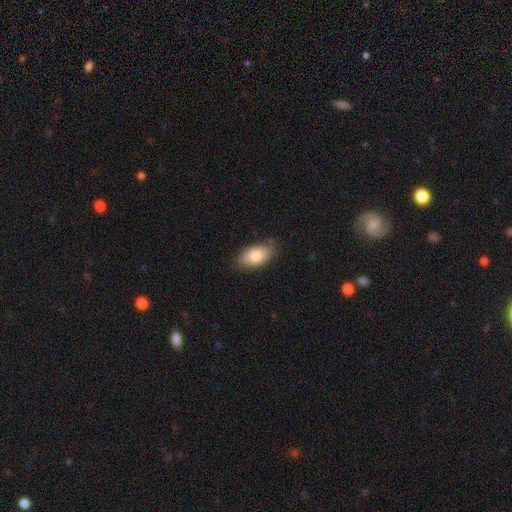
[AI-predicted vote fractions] Morphology: type=smooth (82%); roundness=in between (92%); merging=none (81%).